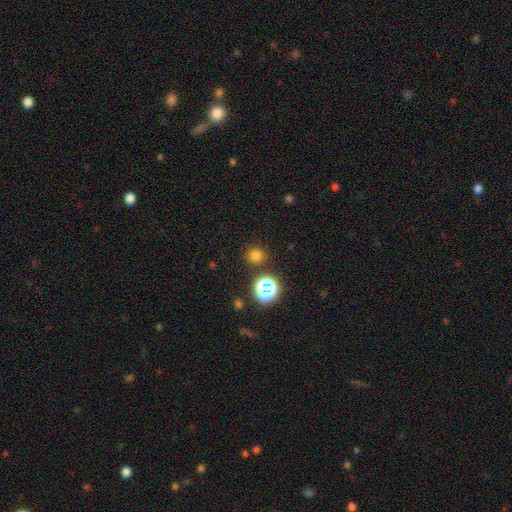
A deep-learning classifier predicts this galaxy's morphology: Overall: smooth (74%). How rounded: round (88%). Merging: none (87%).